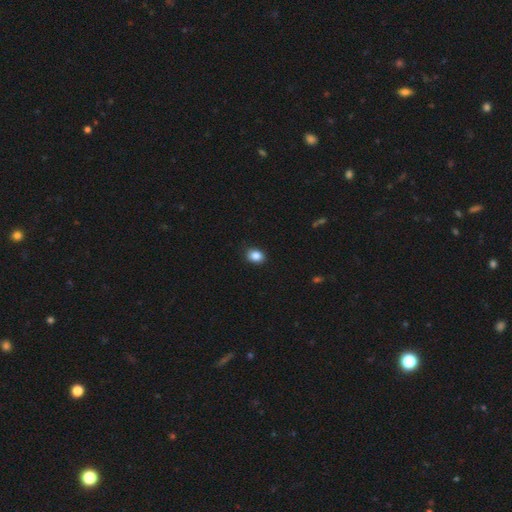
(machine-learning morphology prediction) Q: Smooth or featured?
A: smooth (86%); runner-up: star or artifact (9%)
Q: How rounded?
A: in between (59%); runner-up: round (40%)
Q: Merging?
A: none (88%); runner-up: minor disturbance (9%)